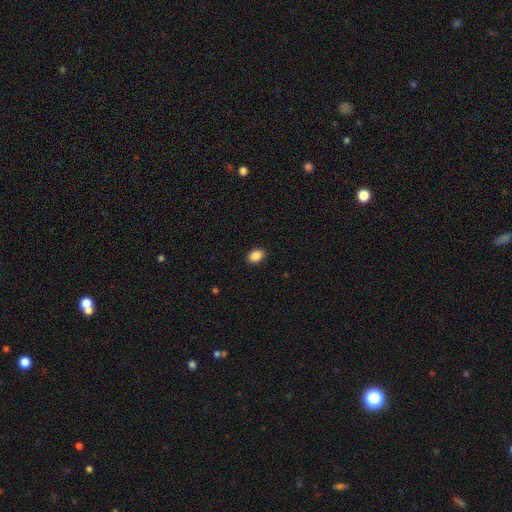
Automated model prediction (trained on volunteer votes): smooth 88%, star or artifact 8%, featured or disk 4%. Down the decision tree: how rounded — in between (76%); merging — none (89%).